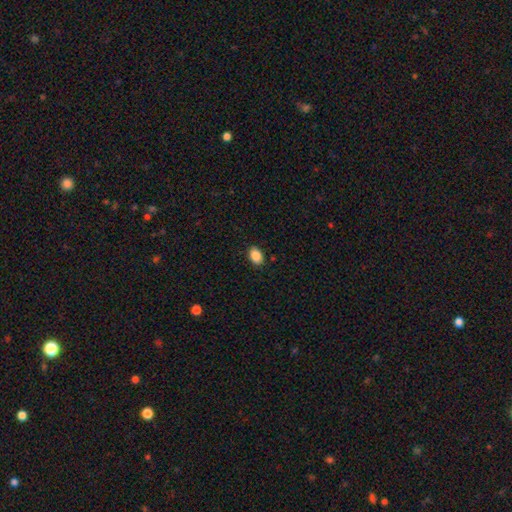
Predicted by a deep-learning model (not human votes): Smooth or featured? Predicted: smooth (p=0.88). How rounded? Predicted: in between (p=0.82). Merging? Predicted: none (p=0.88).